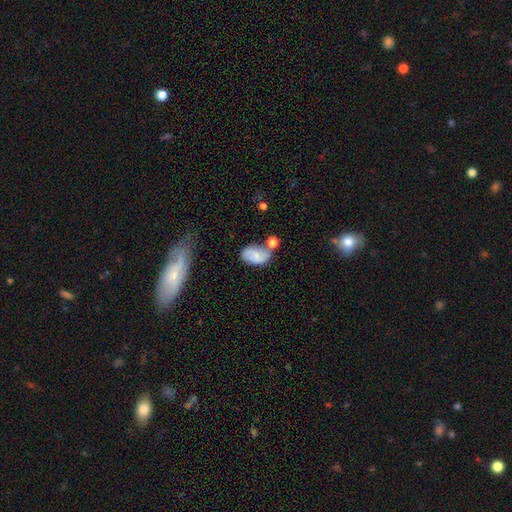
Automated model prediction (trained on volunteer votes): A smooth galaxy with no disk features (55%) that is in between round and cigar-shaped (89%). Merging: none (45%).